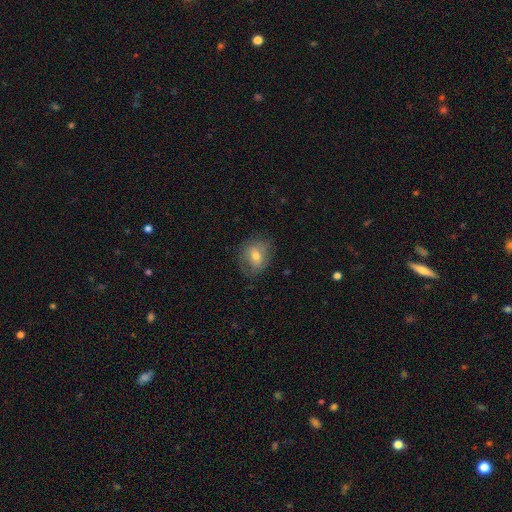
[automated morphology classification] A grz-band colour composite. It shows a smooth galaxy with no disk features (63%) that is round (58%). Merging: none (70%).